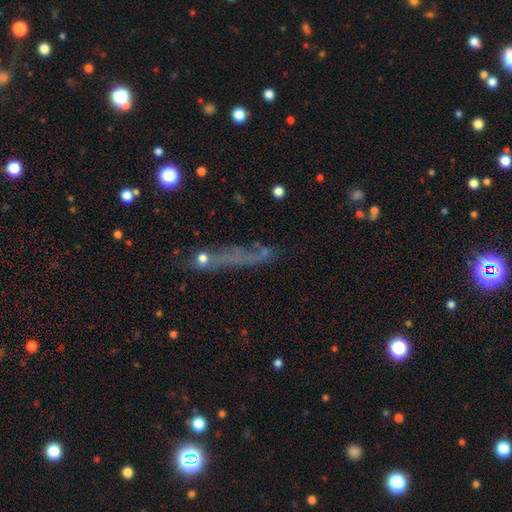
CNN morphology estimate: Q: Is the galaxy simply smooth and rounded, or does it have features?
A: smooth — 45%.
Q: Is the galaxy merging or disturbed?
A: none — 58%.